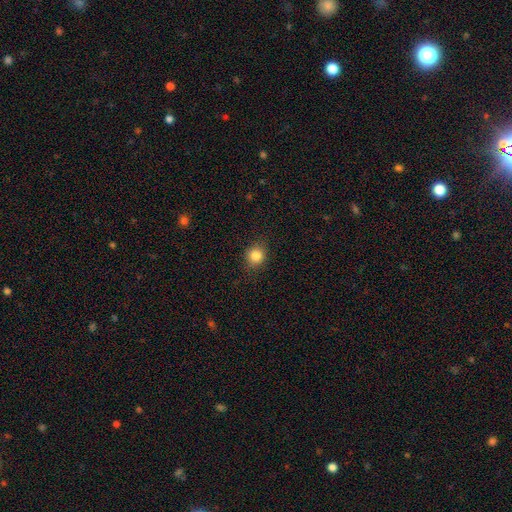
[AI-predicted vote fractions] Smooth or featured: smooth — 85% (star or artifact — 10%)
How rounded: round — 82% (in between — 17%)
Merging: none — 86% (minor disturbance — 10%)